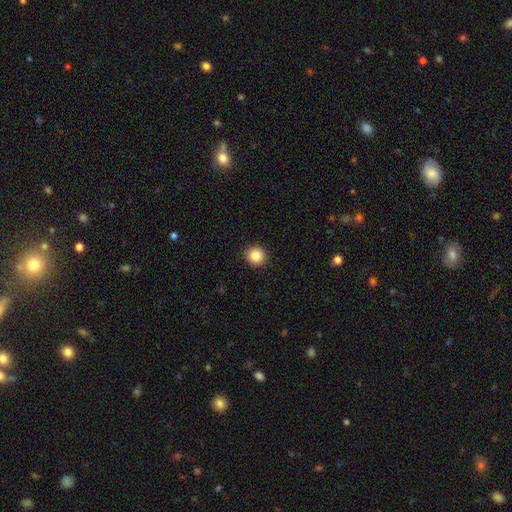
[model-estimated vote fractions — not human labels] smooth 87%, star or artifact 10%, featured or disk 4%. Down the decision tree: how rounded — round (93%); merging — none (93%).